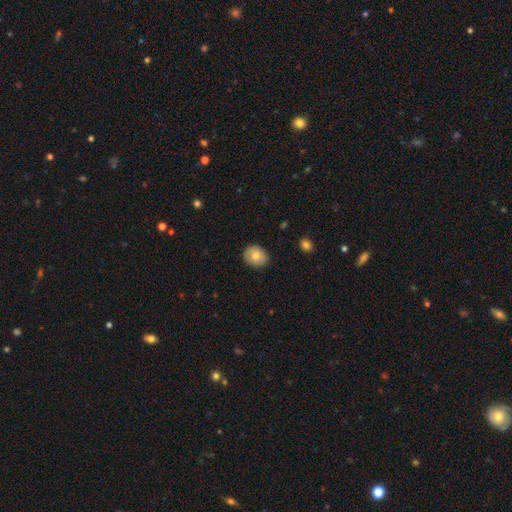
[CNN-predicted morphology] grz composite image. It shows a smooth galaxy with no disk features (77%) that is round (55%). Merging: none (85%).